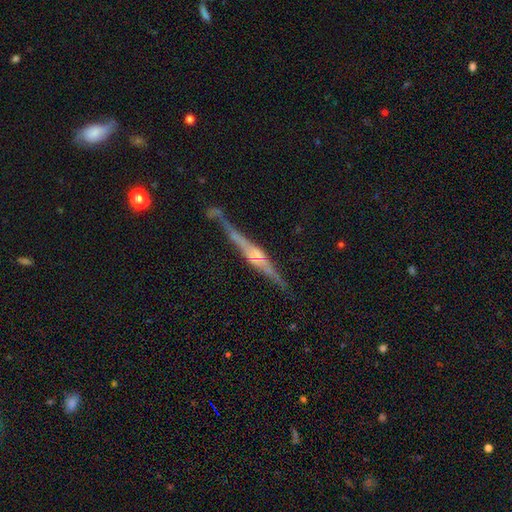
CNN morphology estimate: The model was most divided on "edge-on bulge": rounded: 58%, boxy: 30%, none: 12%. More confident: edge-on disk — yes (97%); smooth or featured — featured or disk (82%); merging — none (77%).